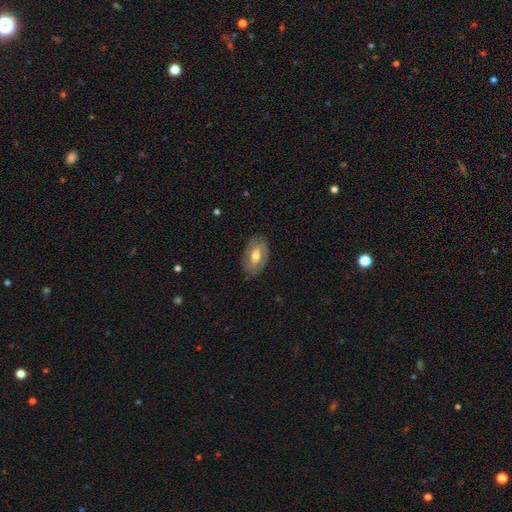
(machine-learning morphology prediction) Smooth or featured: smooth — 50% (featured or disk — 44%)
Merging: none — 81% (minor disturbance — 14%)